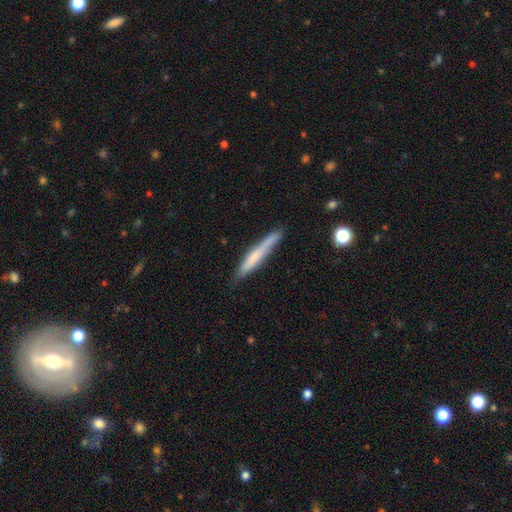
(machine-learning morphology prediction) Smooth or featured: smooth — 61% (featured or disk — 33%)
How rounded: cigar-shaped — 95% (in between — 4%)
Merging: none — 80% (minor disturbance — 15%)